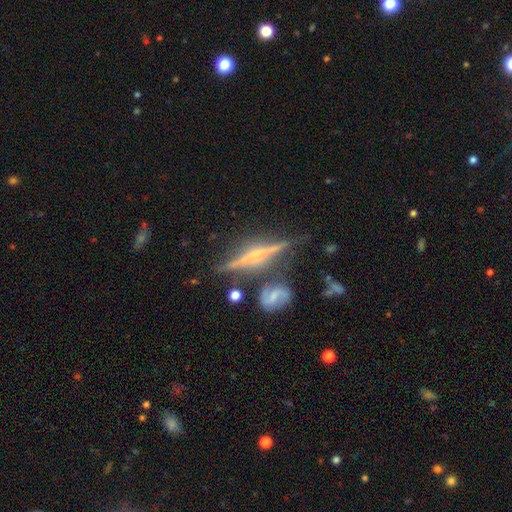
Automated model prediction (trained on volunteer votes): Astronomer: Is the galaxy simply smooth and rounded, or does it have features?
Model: featured or disk — 82%.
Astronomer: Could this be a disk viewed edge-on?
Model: yes — 95%.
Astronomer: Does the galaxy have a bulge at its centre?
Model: rounded — 76%.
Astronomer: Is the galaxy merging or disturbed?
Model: none — 74%.